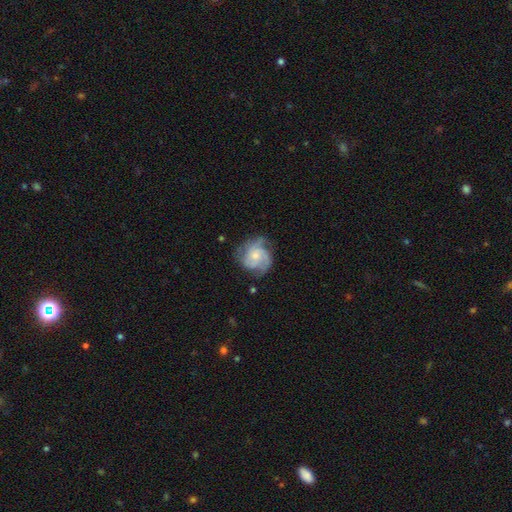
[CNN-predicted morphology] Smooth or featured? Predicted: featured or disk (p=0.76). Edge-on disk? Predicted: no (p=0.98). Bar? Predicted: no (p=0.78). Spiral arms? Predicted: yes (p=0.93). Spiral winding? Predicted: medium (p=0.44). Spiral arm count? Predicted: 3 (p=0.47). Bulge size? Predicted: small (p=0.60). Merging? Predicted: none (p=0.66).